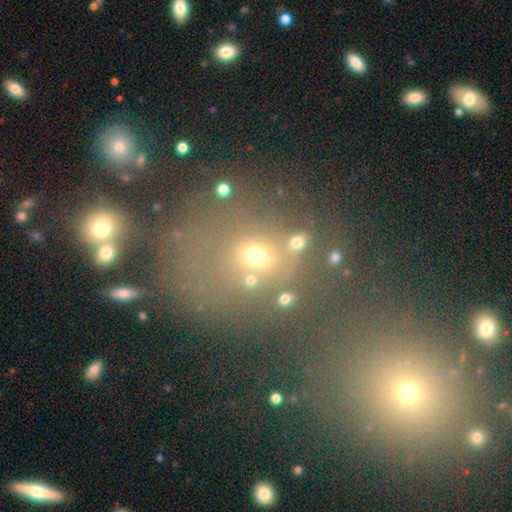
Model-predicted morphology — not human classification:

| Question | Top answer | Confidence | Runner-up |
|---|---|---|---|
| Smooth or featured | smooth | 52% | star or artifact (30%) |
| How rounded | round | 62% | in between (36%) |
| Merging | none | 49% | merger (20%) |